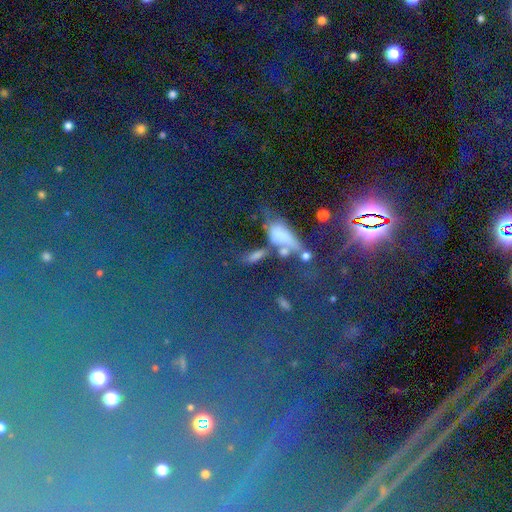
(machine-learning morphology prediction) smooth_or_featured: smooth (p=0.56) [alt: star or artifact p=0.24]
how_rounded: in between (p=0.54) [alt: cigar-shaped p=0.31]
merging: none (p=0.39) [alt: merger p=0.29]